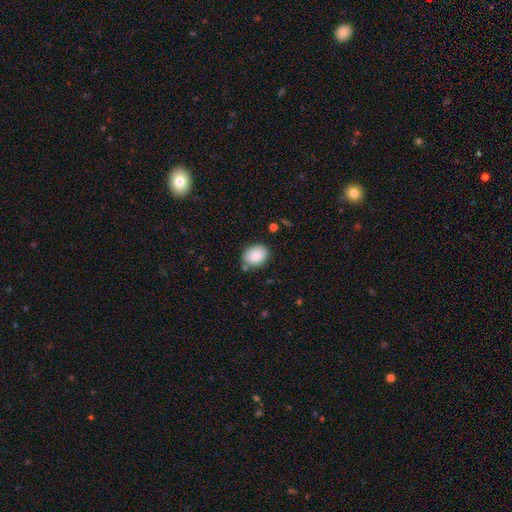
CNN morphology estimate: smooth_or_featured: smooth (p=0.86) [alt: star or artifact p=0.07]
how_rounded: in between (p=0.61) [alt: round p=0.39]
merging: none (p=0.79) [alt: minor disturbance p=0.14]